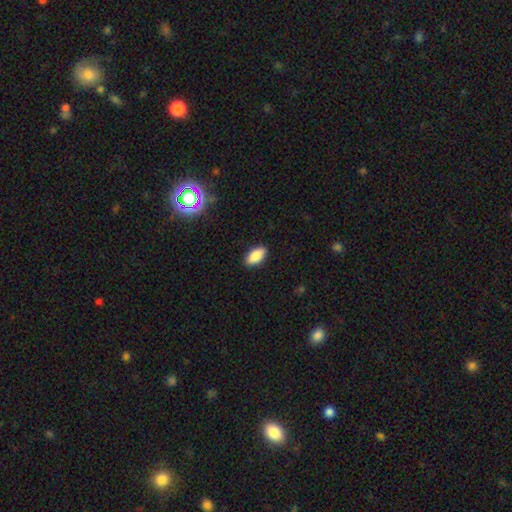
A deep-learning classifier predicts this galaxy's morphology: smooth-or-featured: smooth: 85% | star or artifact: 8% | featured or disk: 7%
  how-rounded: in between: 91% | cigar-shaped: 6% | round: 3%
  merging: none: 89% | minor disturbance: 8% | major disturbance: 2% | merger: 1%